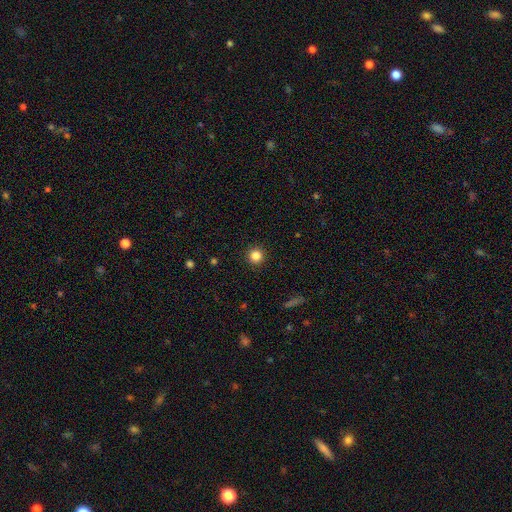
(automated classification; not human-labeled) smooth 84%, star or artifact 12%, featured or disk 5%. Down the decision tree: how rounded — round (95%); merging — none (92%).